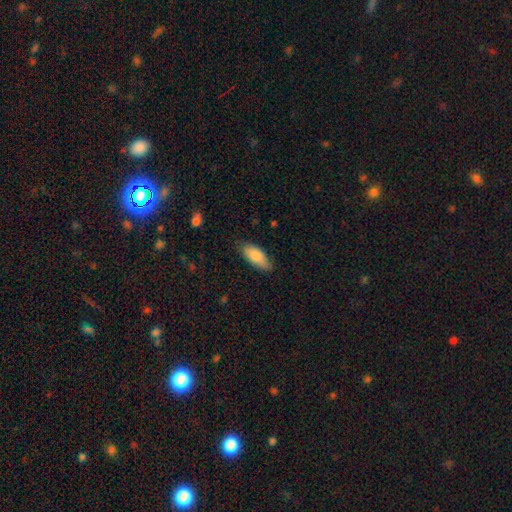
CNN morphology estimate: Q: Smooth or featured?
A: smooth (86%); runner-up: featured or disk (8%)
Q: How rounded?
A: in between (83%); runner-up: cigar-shaped (16%)
Q: Merging?
A: none (79%); runner-up: minor disturbance (17%)